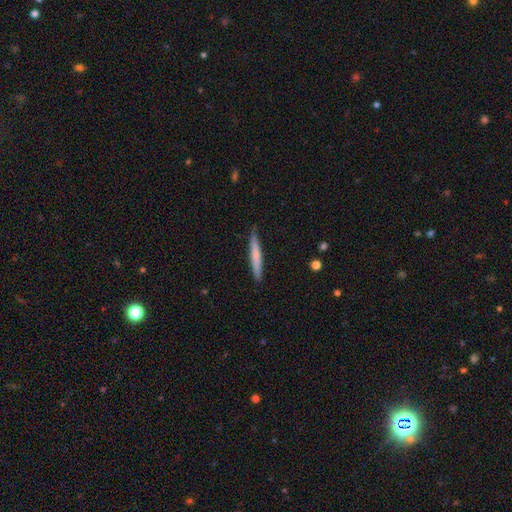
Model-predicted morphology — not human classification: Q: Smooth or featured?
A: smooth (67%); runner-up: featured or disk (28%)
Q: How rounded?
A: cigar-shaped (95%); runner-up: in between (3%)
Q: Merging?
A: none (85%); runner-up: minor disturbance (12%)